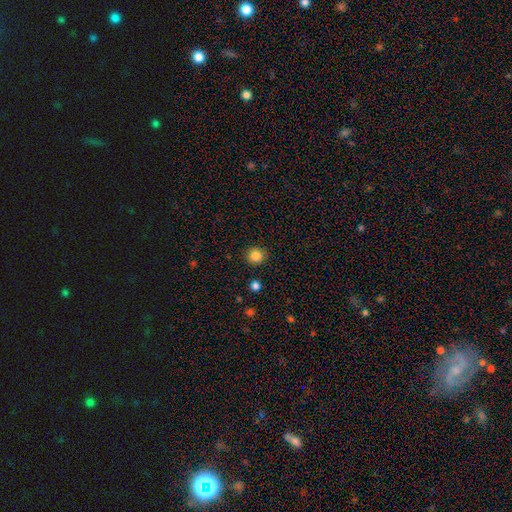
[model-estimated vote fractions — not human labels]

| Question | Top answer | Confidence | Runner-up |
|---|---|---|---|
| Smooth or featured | smooth | 85% | star or artifact (11%) |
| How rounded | round | 92% | in between (7%) |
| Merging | none | 91% | minor disturbance (6%) |